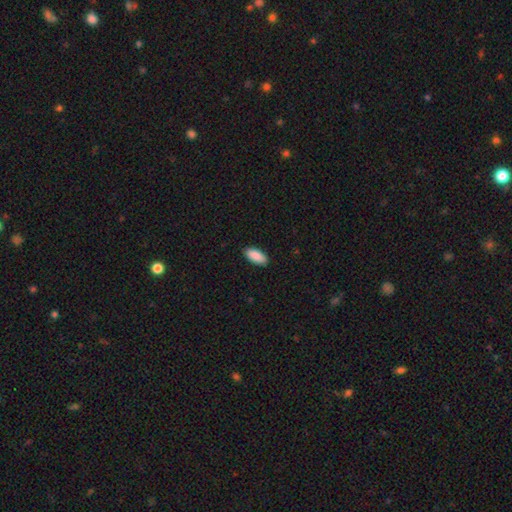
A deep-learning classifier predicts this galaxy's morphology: smooth 91%, star or artifact 6%, featured or disk 4%. Down the decision tree: how rounded — in between (90%); merging — none (88%).